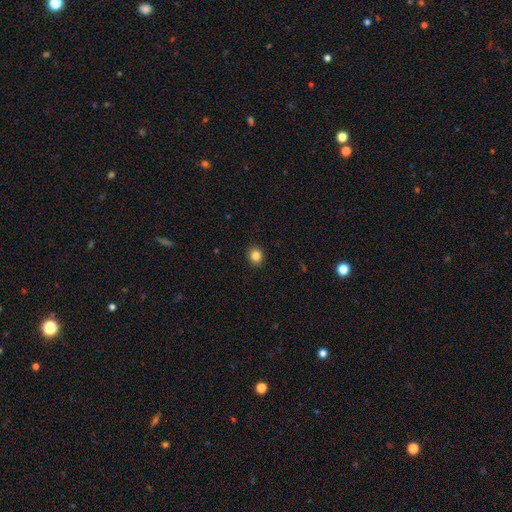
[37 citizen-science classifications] Smooth or featured? smooth (84%)
How rounded? round (77%)
Merging? none (89%)